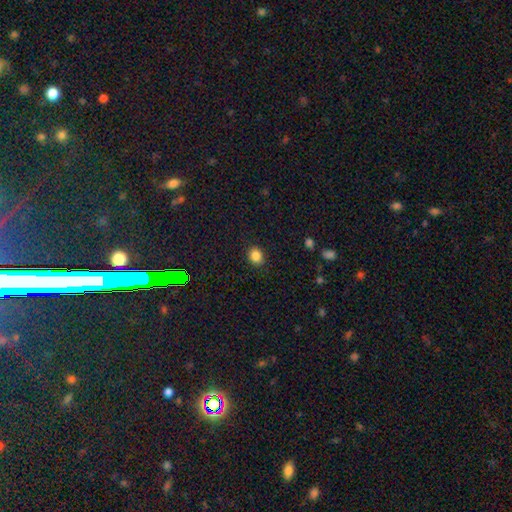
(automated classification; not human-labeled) Smooth or featured? smooth (85%)
How rounded? round (62%)
Merging? none (88%)